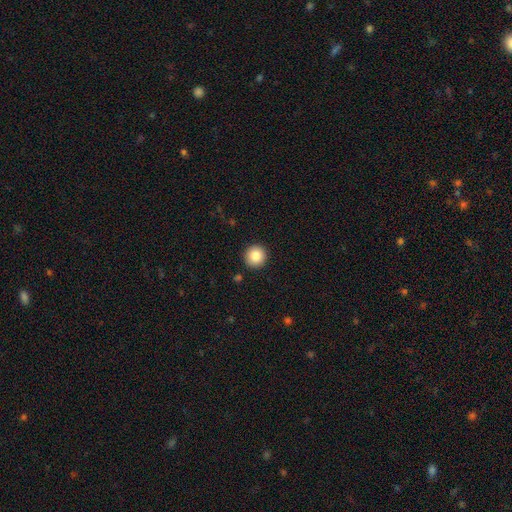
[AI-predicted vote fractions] Smooth or featured?
  - smooth: 85% *
  - star or artifact: 9%
  - featured or disk: 6%
How rounded?
  - round: 95% *
  - in between: 4%
  - cigar-shaped: 1%
Merging?
  - none: 92% *
  - minor disturbance: 5%
  - major disturbance: 2%
  - merger: 1%